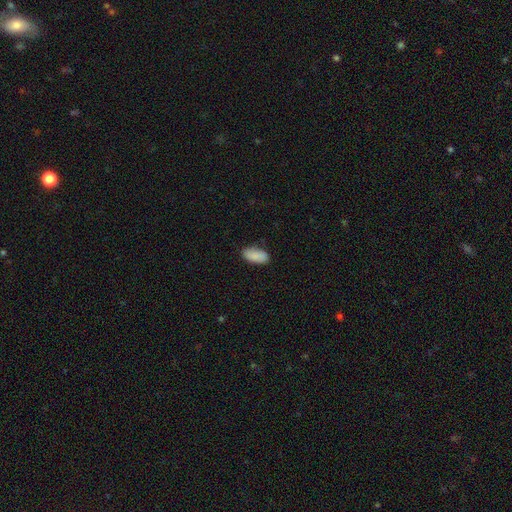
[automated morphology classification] Smooth or featured? smooth (89%)
How rounded? in between (91%)
Merging? none (82%)